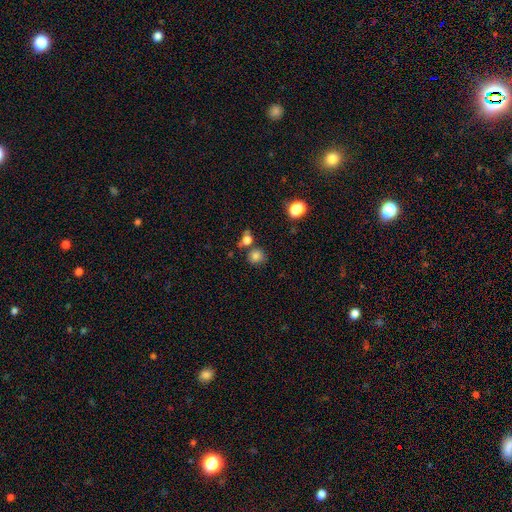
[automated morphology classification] Smooth or featured? Predicted: smooth (p=0.80). How rounded? Predicted: round (p=0.82). Merging? Predicted: none (p=0.69).